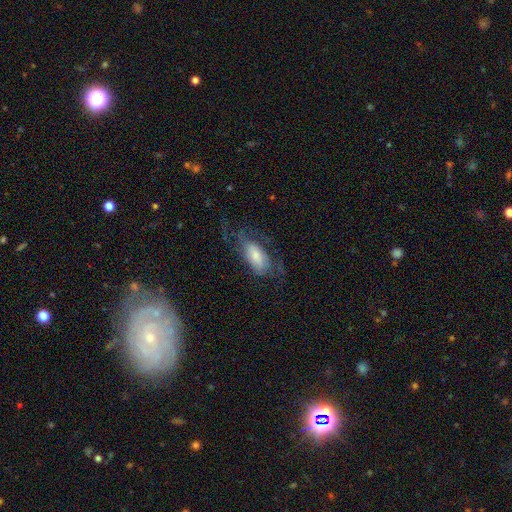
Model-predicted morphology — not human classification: Smooth or featured: smooth — 51% (featured or disk — 42%)
How rounded: in between — 87% (cigar-shaped — 9%)
Merging: none — 44% (major disturbance — 30%)